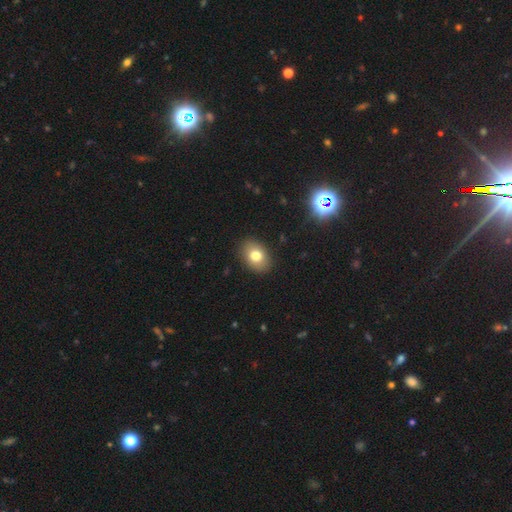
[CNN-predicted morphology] A smooth galaxy with no disk features (77%) that is in between round and cigar-shaped (76%).

Vote fractions:
- Smooth or featured? smooth: 77% / featured or disk: 13% / star or artifact: 9%
- How rounded? in between: 76% / round: 23% / cigar-shaped: 1%
- Merging? none: 89% / minor disturbance: 8% / major disturbance: 2% / merger: 1%